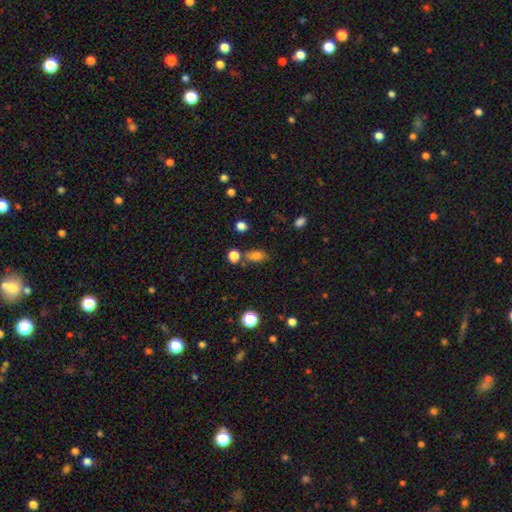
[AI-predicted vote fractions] A smooth galaxy with no disk features (77%) that is in between round and cigar-shaped (81%). Merging: none (63%).